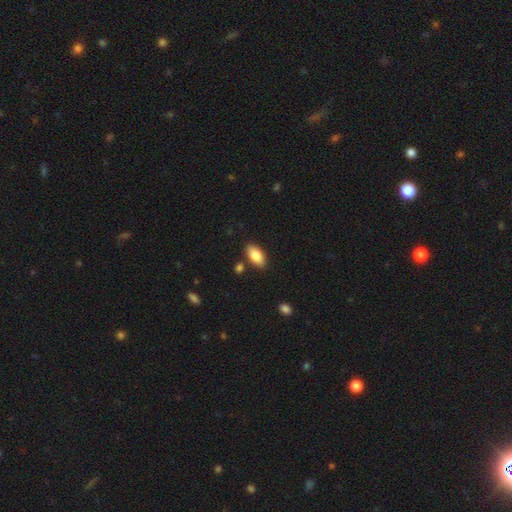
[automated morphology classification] This is clearly a smooth galaxy (83%). How rounded: clearly in between (92%). Merging: clearly none (84%).